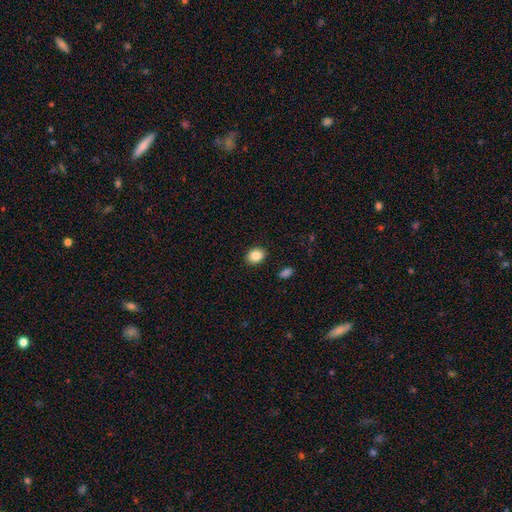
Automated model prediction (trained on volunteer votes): This is clearly a smooth galaxy (87%). How rounded: possibly in between (55%). Merging: clearly none (88%).